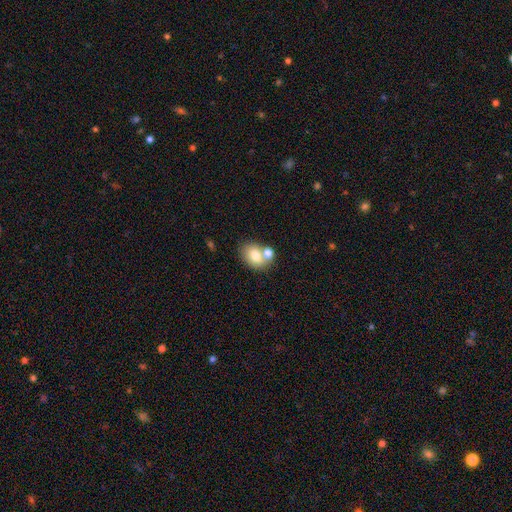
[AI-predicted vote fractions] This appears to be a smooth galaxy with no disk features (75%) that is in between round and cigar-shaped (63%). Merging: none (49%).